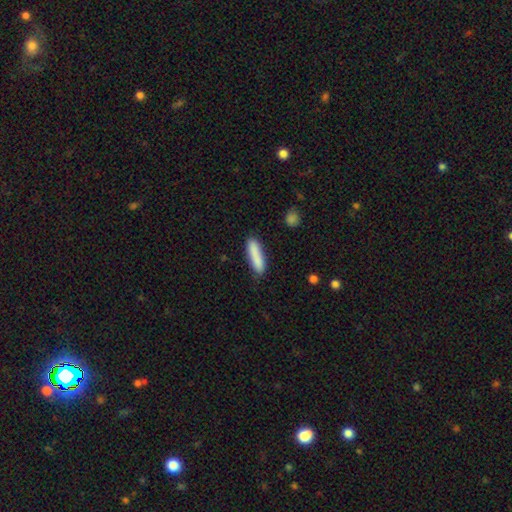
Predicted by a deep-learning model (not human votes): Smooth or featured: smooth — 86% (featured or disk — 7%)
How rounded: cigar-shaped — 76% (in between — 22%)
Merging: none — 83% (minor disturbance — 12%)